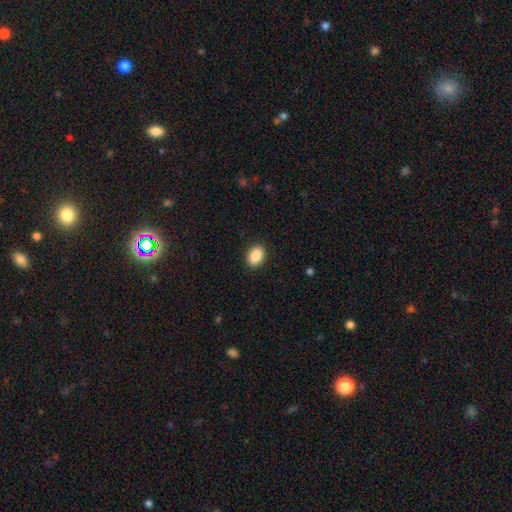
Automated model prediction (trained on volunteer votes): smooth_or_featured: smooth (p=0.89) [alt: star or artifact p=0.07]
how_rounded: in between (p=0.81) [alt: round p=0.18]
merging: none (p=0.90) [alt: minor disturbance p=0.07]